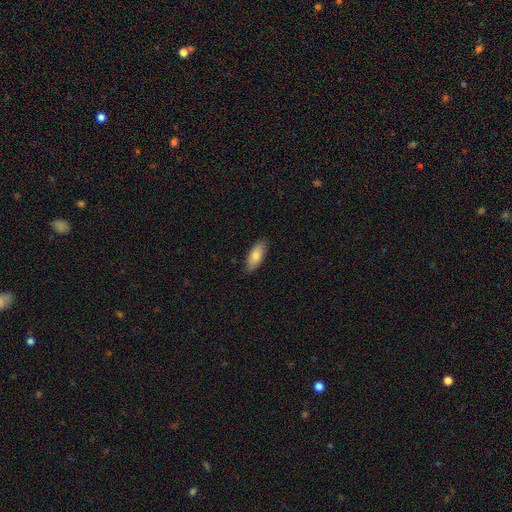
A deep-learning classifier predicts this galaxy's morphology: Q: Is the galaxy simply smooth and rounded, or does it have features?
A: smooth — 77%.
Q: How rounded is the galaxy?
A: in between — 82%.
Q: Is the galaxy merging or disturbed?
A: none — 85%.